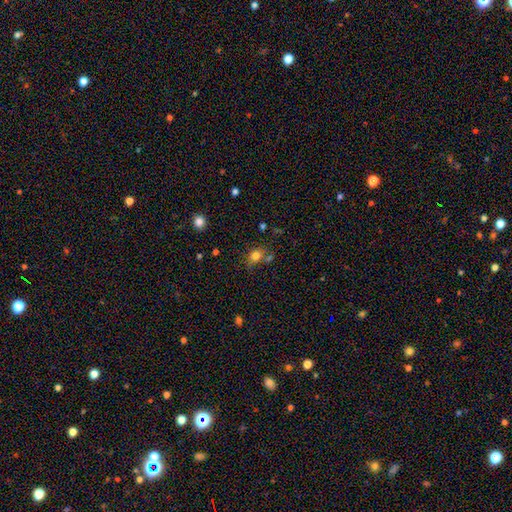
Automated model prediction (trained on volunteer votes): Overall: smooth (79%). How rounded: in between (55%; round 43%). Merging: none (58%; minor disturbance 18%).